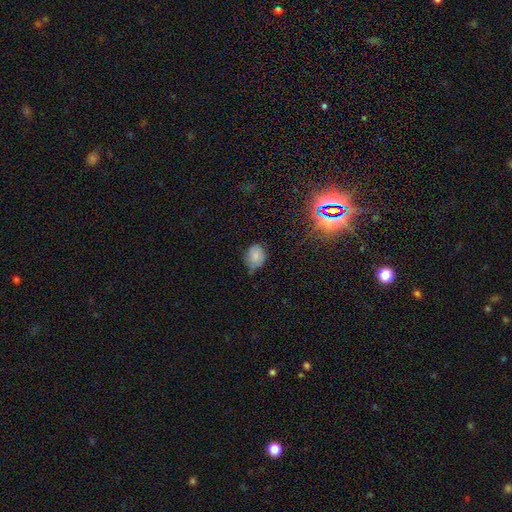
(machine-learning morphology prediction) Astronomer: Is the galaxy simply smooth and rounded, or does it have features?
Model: smooth — 79%.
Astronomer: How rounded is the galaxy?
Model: round — 54% (runner-up: in between, 45%).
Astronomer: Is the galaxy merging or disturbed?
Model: none — 53% (runner-up: minor disturbance, 38%).